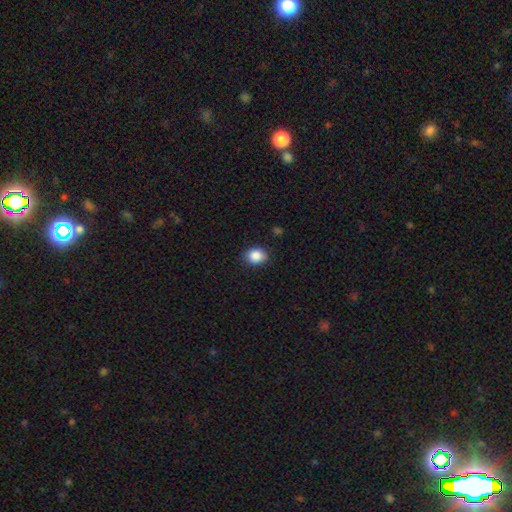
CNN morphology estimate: A smooth galaxy with no disk features (87%) that is round (58%).

Vote fractions:
- Smooth or featured? smooth: 87% / star or artifact: 9% / featured or disk: 4%
- How rounded? round: 58% / in between: 41% / cigar-shaped: 1%
- Merging? none: 85% / minor disturbance: 11% / major disturbance: 3% / merger: 1%